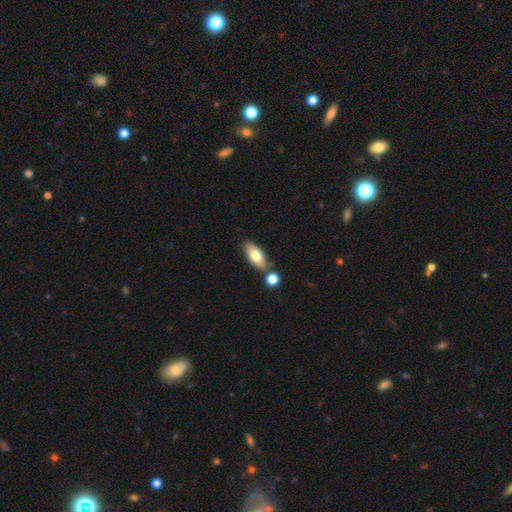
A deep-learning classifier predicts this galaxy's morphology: Overall: smooth (75%). How rounded: in between (84%). Merging: none (71%).